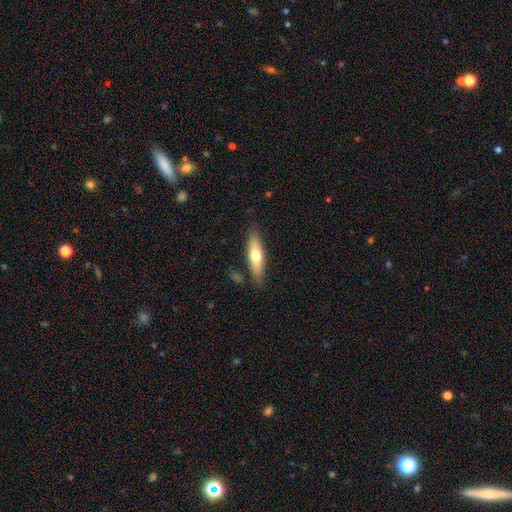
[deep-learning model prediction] Smooth or featured? Predicted: smooth (p=0.60). How rounded? Predicted: cigar-shaped (p=0.61). Merging? Predicted: none (p=0.83).